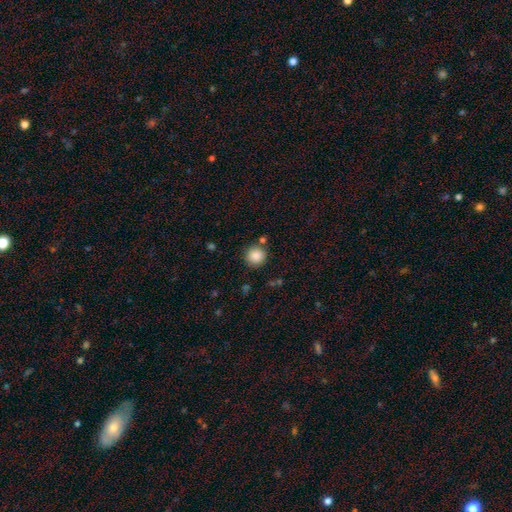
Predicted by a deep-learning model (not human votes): The model was most divided on "merging": none: 84%, minor disturbance: 9%, merger: 5%, major disturbance: 3%. More confident: how rounded — round (94%); smooth or featured — smooth (88%).